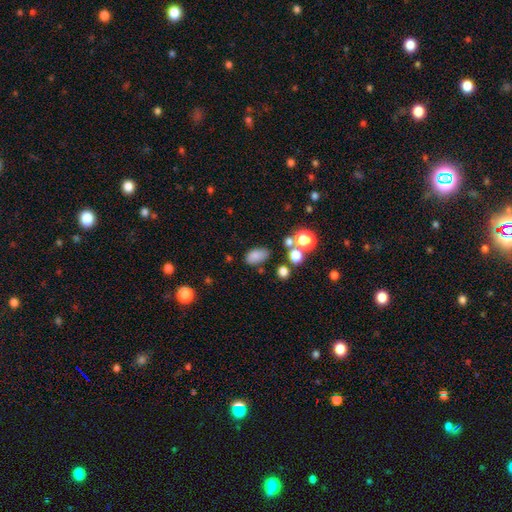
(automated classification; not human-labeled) Smooth or featured: smooth — 79% (star or artifact — 13%)
How rounded: in between — 88% (round — 9%)
Merging: none — 71% (minor disturbance — 15%)